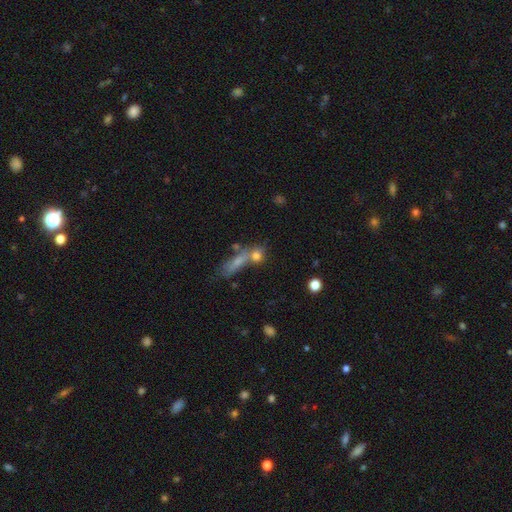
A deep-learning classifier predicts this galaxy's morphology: The model was most divided on "merging": none: 50%, merger: 30%, minor disturbance: 12%, major disturbance: 8%. Remaining: smooth or featured — smooth (53%); how rounded — cigar-shaped (48%).